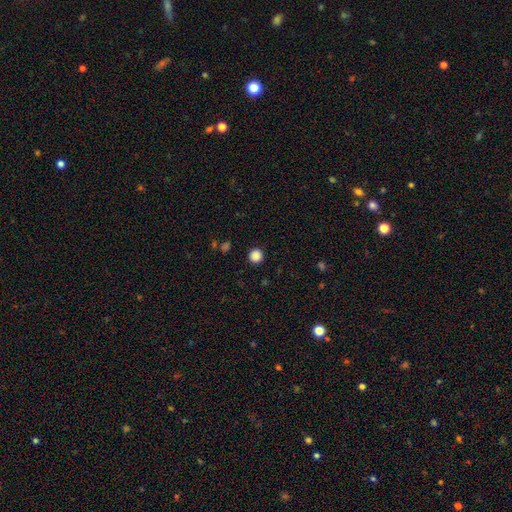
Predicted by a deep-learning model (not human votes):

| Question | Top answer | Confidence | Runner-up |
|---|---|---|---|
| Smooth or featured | smooth | 86% | star or artifact (11%) |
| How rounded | round | 95% | in between (4%) |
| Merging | none | 92% | minor disturbance (5%) |